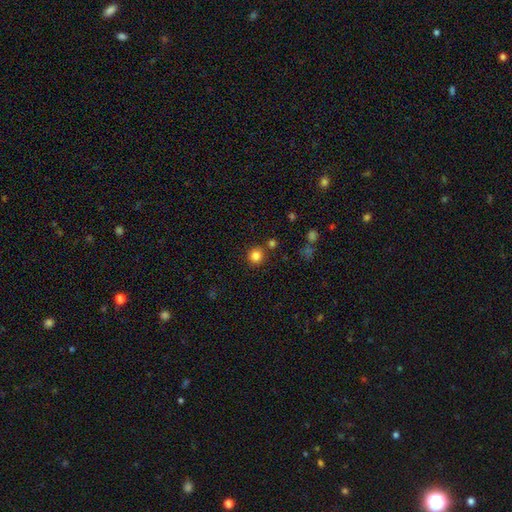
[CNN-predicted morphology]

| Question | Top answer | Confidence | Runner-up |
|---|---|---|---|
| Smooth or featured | smooth | 83% | star or artifact (13%) |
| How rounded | round | 92% | in between (7%) |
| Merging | none | 83% | merger (7%) |